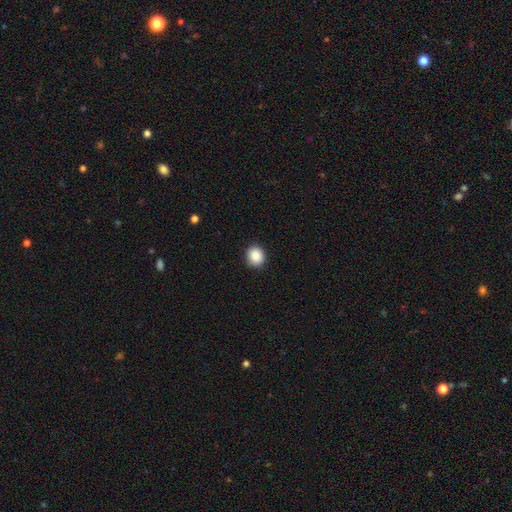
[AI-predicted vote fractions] Smooth or featured: smooth — 89% (star or artifact — 8%)
How rounded: round — 72% (in between — 27%)
Merging: none — 91% (minor disturbance — 7%)